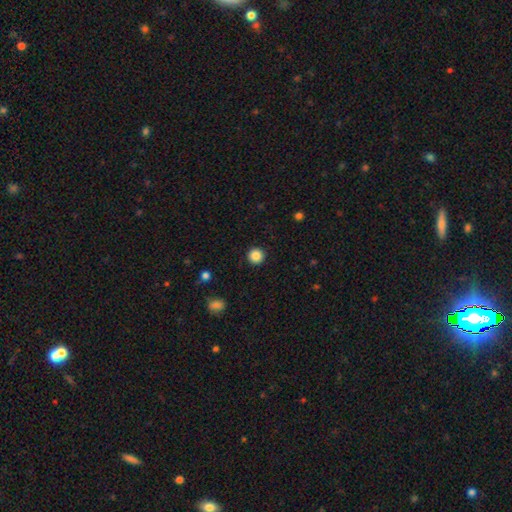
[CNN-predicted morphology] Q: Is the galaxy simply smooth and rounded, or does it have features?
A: smooth — 86%.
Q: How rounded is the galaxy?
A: round — 95%.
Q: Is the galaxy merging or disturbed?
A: none — 92%.